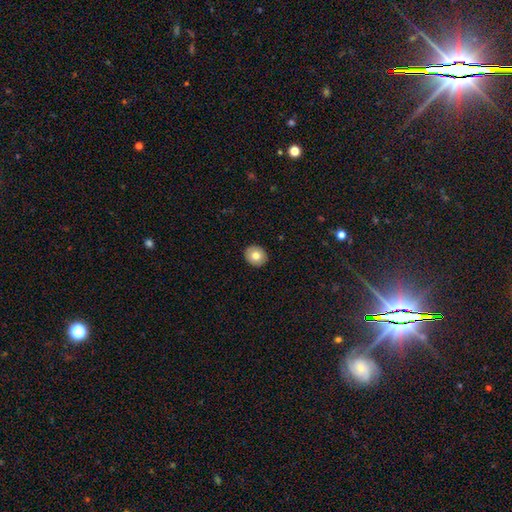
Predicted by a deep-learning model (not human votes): Smooth or featured?
  - smooth: 75% *
  - featured or disk: 17%
  - star or artifact: 8%
How rounded?
  - round: 77% *
  - in between: 22%
  - cigar-shaped: 1%
Merging?
  - none: 92% *
  - minor disturbance: 6%
  - major disturbance: 2%
  - merger: 1%